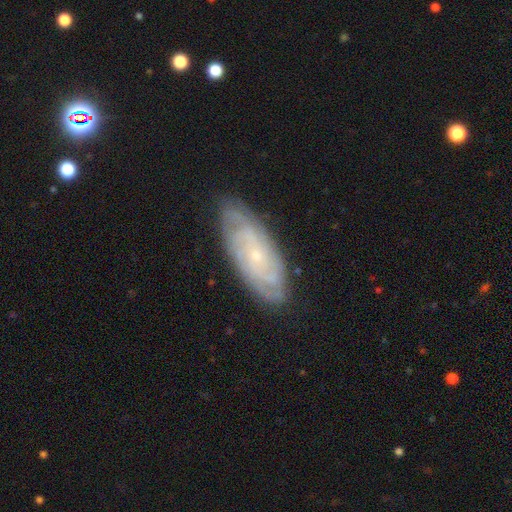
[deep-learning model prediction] smooth_or_featured: featured or disk (p=0.78) [alt: smooth p=0.16]
disk_edge_on: no (p=0.90) [alt: yes p=0.10]
bar: no (p=0.76) [alt: weak p=0.20]
has_spiral_arms: yes (p=0.93) [alt: no p=0.07]
spiral_winding: tight (p=0.73) [alt: medium p=0.22]
spiral_arm_count: can't tell (p=0.45) [alt: 2 p=0.16]
bulge_size: small (p=0.83) [alt: moderate p=0.13]
merging: none (p=0.82) [alt: minor disturbance p=0.14]